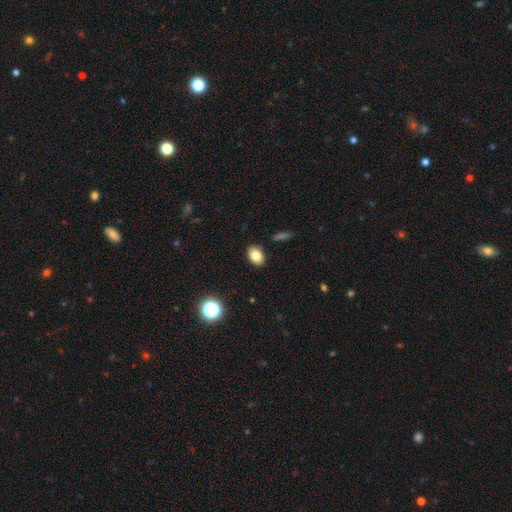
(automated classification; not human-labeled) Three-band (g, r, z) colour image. It shows a smooth galaxy with no disk features (82%) that is in between round and cigar-shaped (80%). Merging: none (87%).